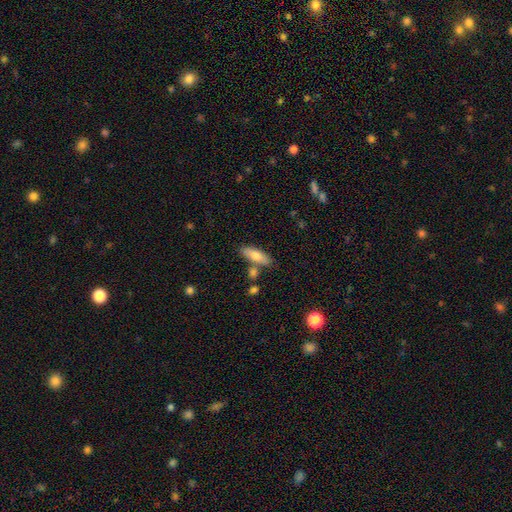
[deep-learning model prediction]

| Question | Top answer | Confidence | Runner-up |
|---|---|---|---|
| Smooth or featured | smooth | 73% | featured or disk (20%) |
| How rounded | in between | 53% | cigar-shaped (45%) |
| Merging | none | 73% | minor disturbance (13%) |